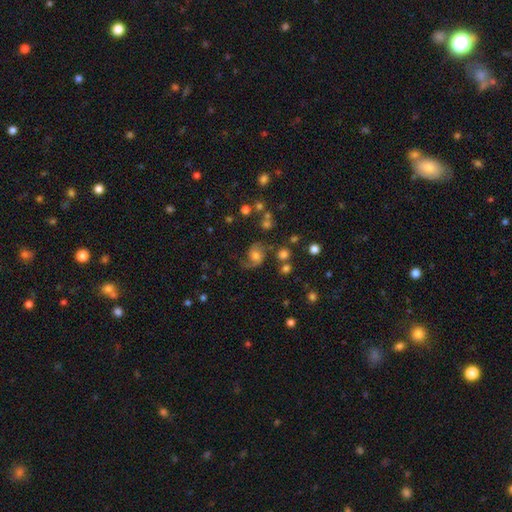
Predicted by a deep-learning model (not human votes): Smooth or featured? featured or disk (50%)
Merging? none (46%)